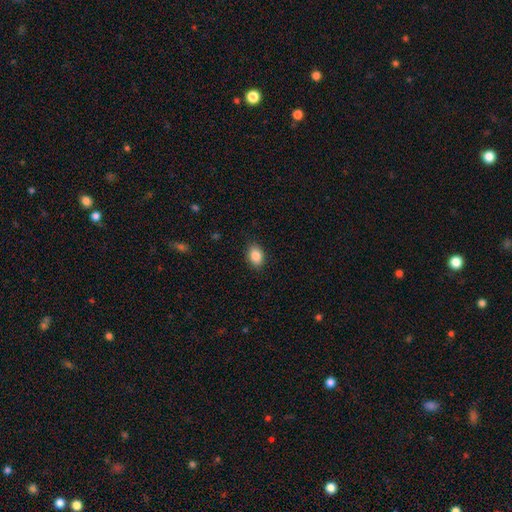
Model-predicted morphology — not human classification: smooth_or_featured: smooth (p=0.86) [alt: star or artifact p=0.08]
how_rounded: in between (p=0.77) [alt: round p=0.21]
merging: none (p=0.87) [alt: minor disturbance p=0.10]